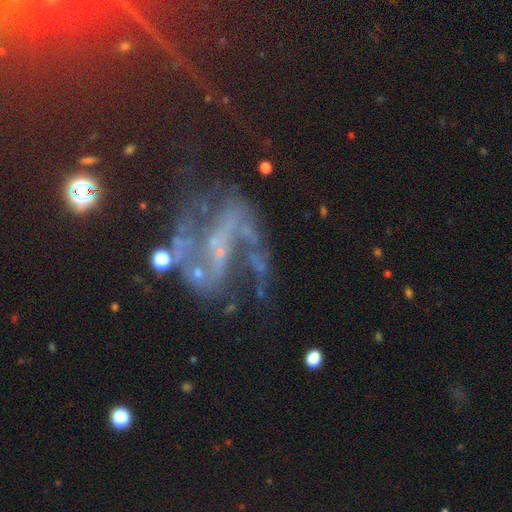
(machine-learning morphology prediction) This is likely a featured or disk galaxy (79%). It is clearly not viewed edge-on (97%). Bar: marginally no (39%). Spiral arm pattern: clearly yes (83%). Spiral arm count: likely 2 (75%). Spiral winding: possibly loose (58%). Central bulge: possibly small (60%). Merging: marginally none (41%).